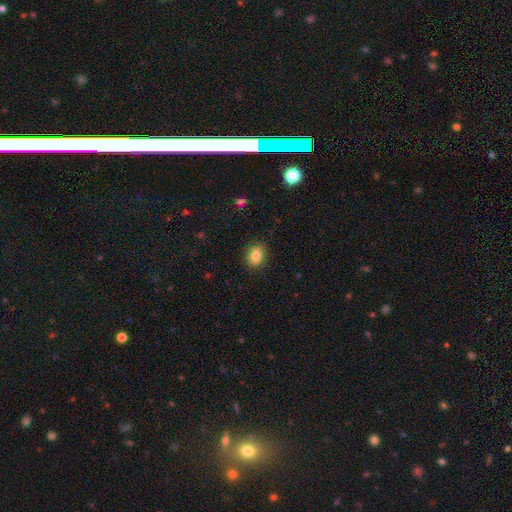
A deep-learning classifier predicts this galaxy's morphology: smooth-or-featured: smooth: 84% | star or artifact: 9% | featured or disk: 7%
  how-rounded: in between: 66% | round: 33% | cigar-shaped: 1%
  merging: none: 87% | minor disturbance: 9% | major disturbance: 2% | merger: 1%